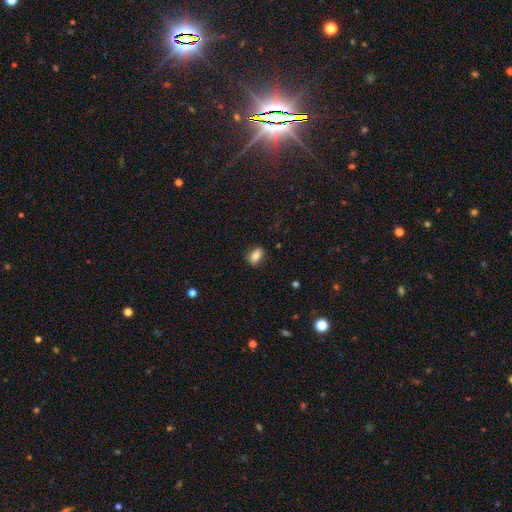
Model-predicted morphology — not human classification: Smooth or featured? Predicted: smooth (p=0.82). How rounded? Predicted: in between (p=0.85). Merging? Predicted: none (p=0.86).